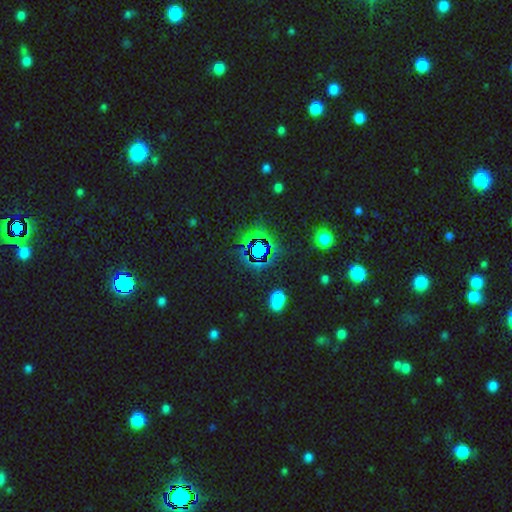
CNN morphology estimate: This appears to be a star or artifact, not a galaxy (70%).